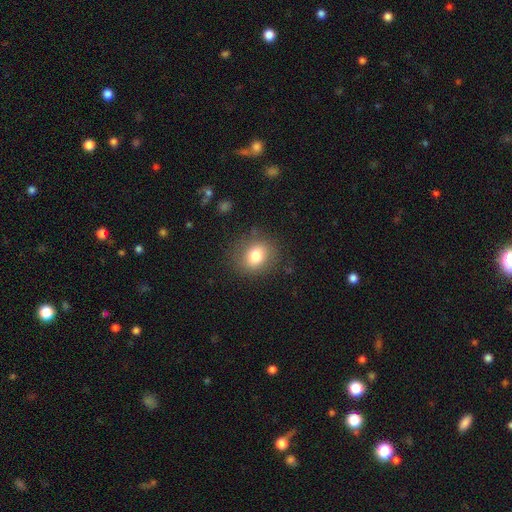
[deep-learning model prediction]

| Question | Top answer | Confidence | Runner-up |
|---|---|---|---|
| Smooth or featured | smooth | 78% | featured or disk (12%) |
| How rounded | round | 71% | in between (28%) |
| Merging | none | 83% | minor disturbance (11%) |